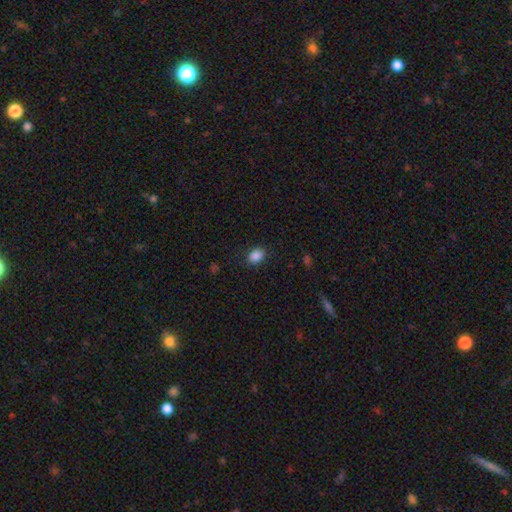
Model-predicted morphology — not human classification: The model was most divided on "how rounded": in between: 71%, round: 28%, cigar-shaped: 1%. More confident: smooth or featured — smooth (87%); merging — none (85%).